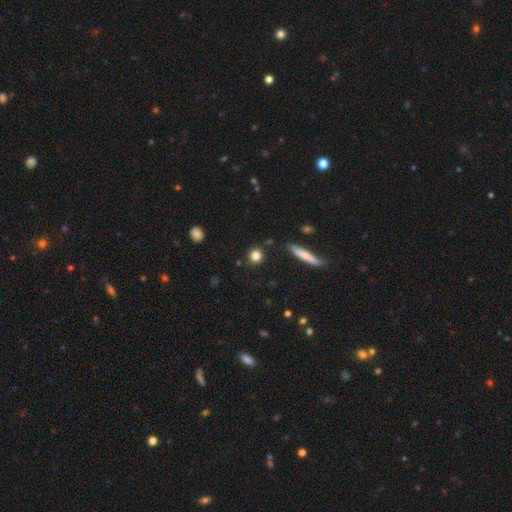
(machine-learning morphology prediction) smooth 82%, star or artifact 10%, featured or disk 8%. Down the decision tree: how rounded — round (85%); merging — none (86%).